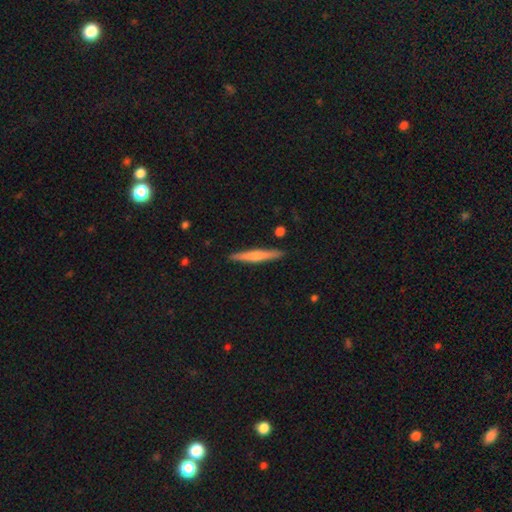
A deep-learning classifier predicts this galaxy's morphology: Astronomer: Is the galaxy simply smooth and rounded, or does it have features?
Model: smooth — 52% (runner-up: featured or disk, 43%).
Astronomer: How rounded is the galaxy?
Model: cigar-shaped — 94%.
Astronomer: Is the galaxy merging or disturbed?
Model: none — 90%.